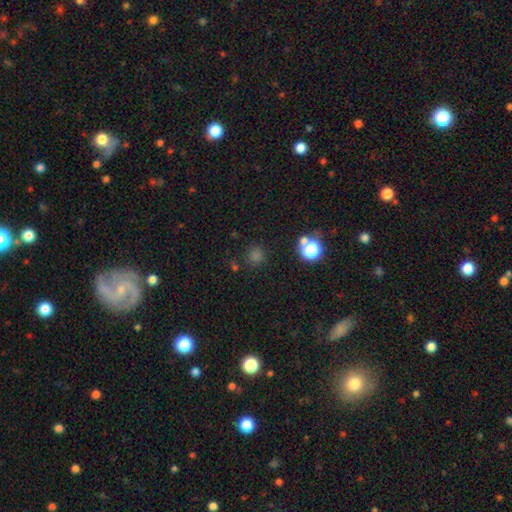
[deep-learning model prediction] Q: Smooth or featured?
A: smooth (64%); runner-up: star or artifact (30%)
Q: How rounded?
A: round (93%); runner-up: in between (6%)
Q: Merging?
A: none (83%); runner-up: minor disturbance (8%)